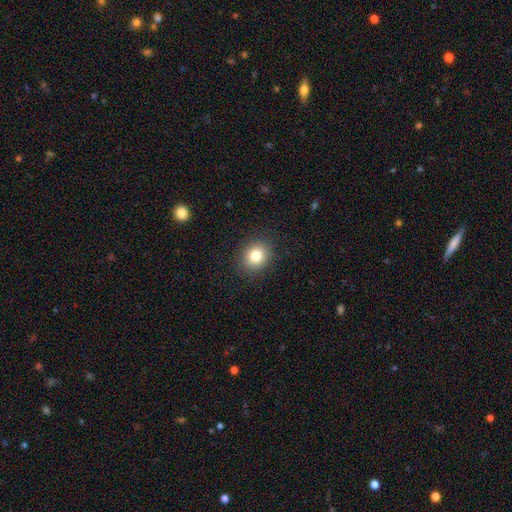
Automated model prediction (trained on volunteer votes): smooth_or_featured: smooth (p=0.82) [alt: star or artifact p=0.11]
how_rounded: round (p=0.70) [alt: in between p=0.29]
merging: none (p=0.89) [alt: minor disturbance p=0.07]